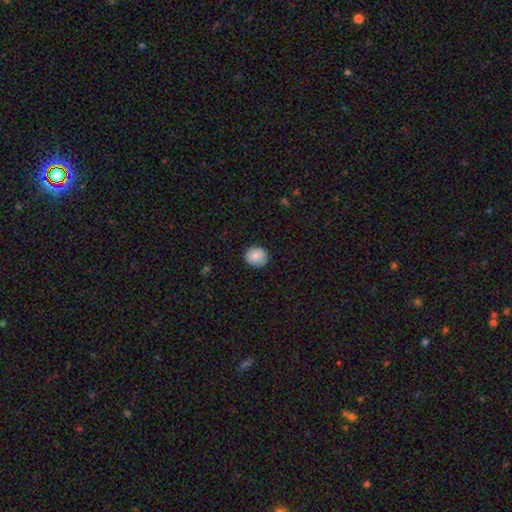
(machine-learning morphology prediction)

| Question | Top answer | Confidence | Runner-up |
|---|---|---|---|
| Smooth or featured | smooth | 86% | star or artifact (8%) |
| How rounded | round | 76% | in between (23%) |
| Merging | none | 87% | minor disturbance (10%) |